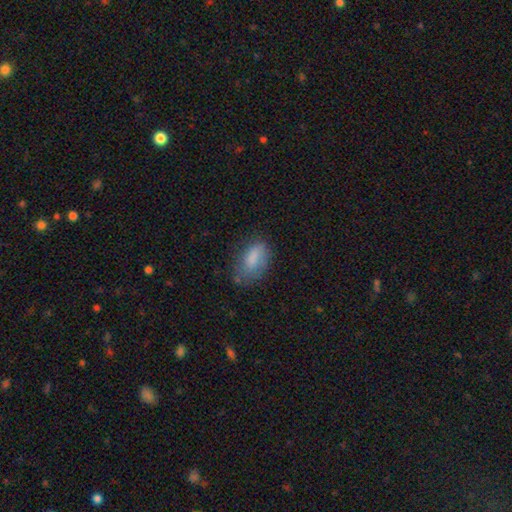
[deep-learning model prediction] Smooth or featured: smooth — 78% (featured or disk — 13%)
How rounded: in between — 88% (cigar-shaped — 7%)
Merging: none — 59% (minor disturbance — 28%)